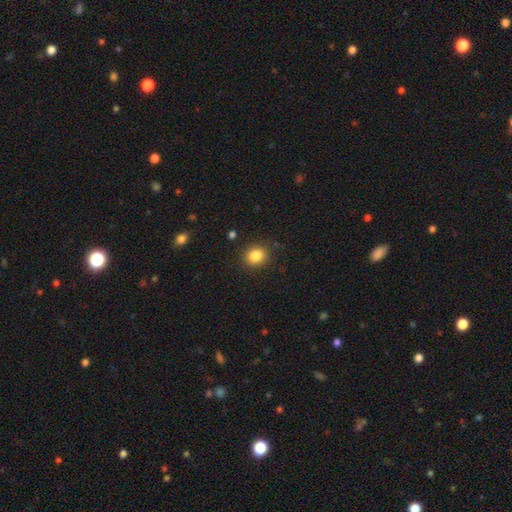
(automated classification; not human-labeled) smooth 85%, star or artifact 10%, featured or disk 5%. Down the decision tree: how rounded — round (73%); merging — none (87%).